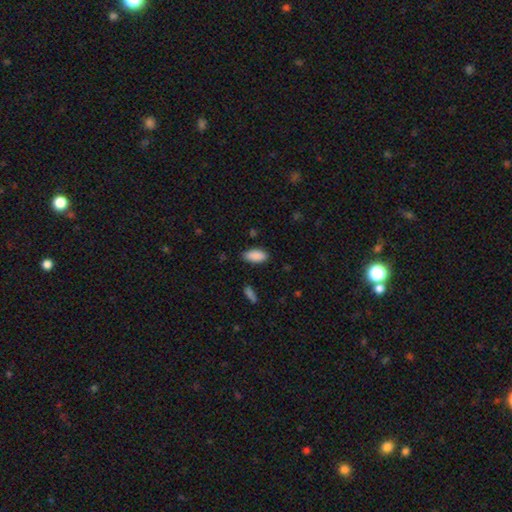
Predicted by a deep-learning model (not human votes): smooth_or_featured: smooth (p=0.90) [alt: star or artifact p=0.07]
how_rounded: in between (p=0.91) [alt: cigar-shaped p=0.07]
merging: none (p=0.85) [alt: minor disturbance p=0.11]